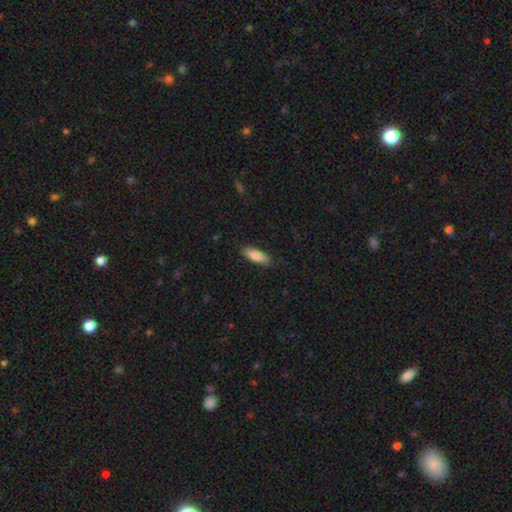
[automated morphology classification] The model was most divided on "how rounded": in between: 57%, cigar-shaped: 42%, round: 2%. More confident: merging — none (87%); smooth or featured — smooth (83%).